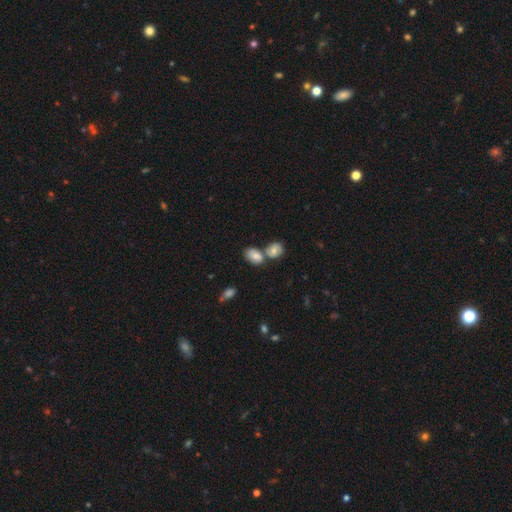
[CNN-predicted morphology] Overall: smooth (78%). How rounded: in between (83%). Merging: none (42%; merger 40%).